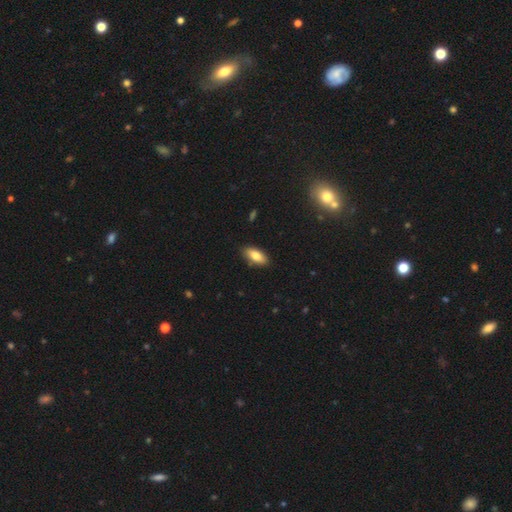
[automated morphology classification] This is clearly a smooth galaxy (81%). How rounded: clearly in between (87%). Merging: clearly none (87%).